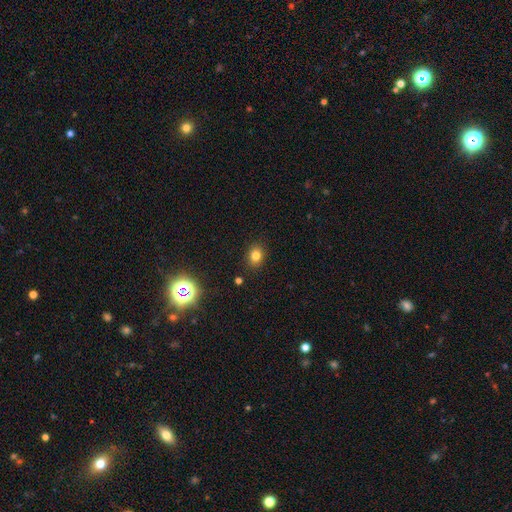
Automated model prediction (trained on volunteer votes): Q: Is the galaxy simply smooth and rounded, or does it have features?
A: smooth — 79%.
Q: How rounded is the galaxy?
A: round — 51%.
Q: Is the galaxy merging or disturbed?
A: none — 88%.